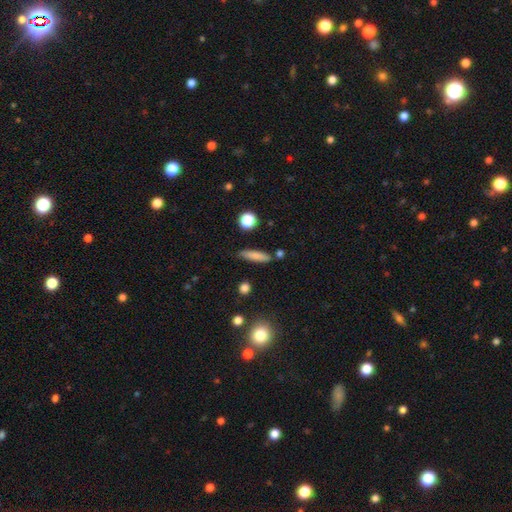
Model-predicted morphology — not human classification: Smooth or featured? smooth (79%)
How rounded? cigar-shaped (75%)
Merging? none (82%)